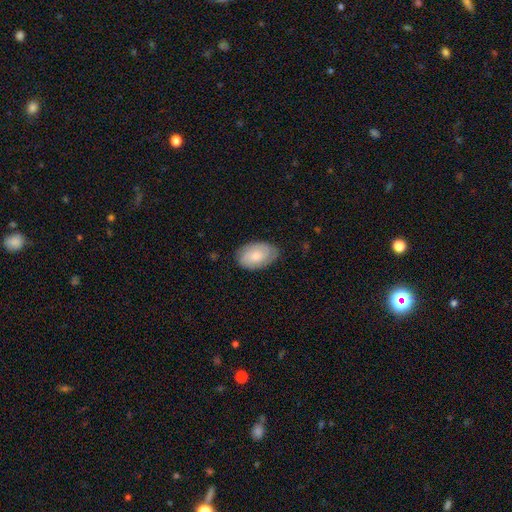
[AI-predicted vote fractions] Overall: smooth (64%; featured or disk 30%). How rounded: in between (91%). Merging: none (78%).